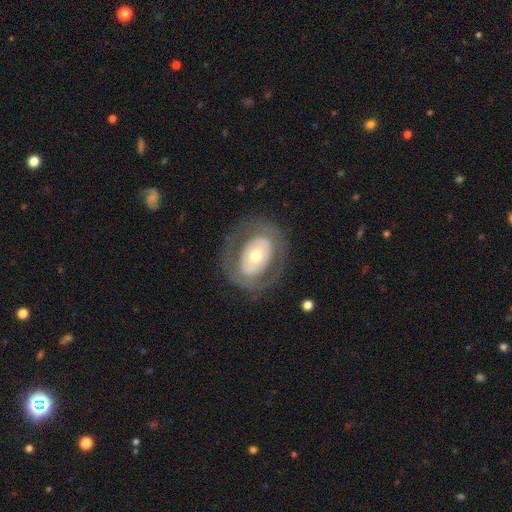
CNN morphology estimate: featured or disk 57%, smooth 38%, star or artifact 6%. Down the decision tree: edge-on disk — no (93%); bar — no (78%); spiral arms — no (83%); bulge size — moderate (64%); merging — none (76%).